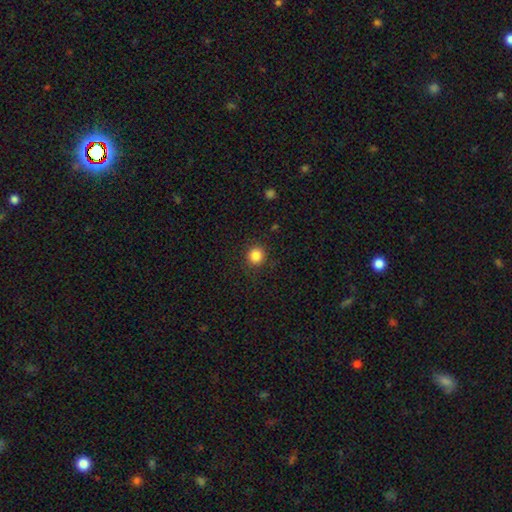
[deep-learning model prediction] smooth 85%, star or artifact 11%, featured or disk 4%. Down the decision tree: how rounded — round (92%); merging — none (90%).